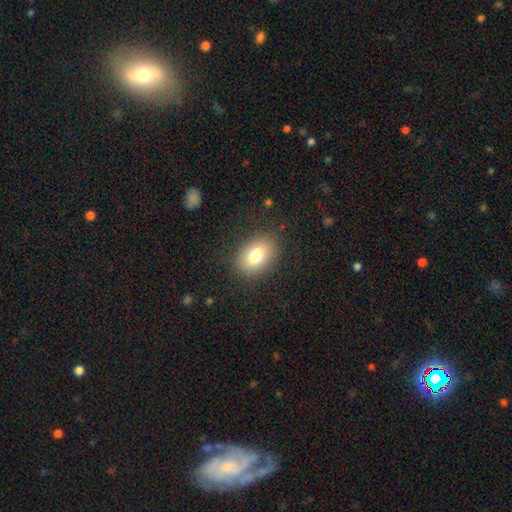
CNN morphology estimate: smooth_or_featured: smooth (p=0.79) [alt: featured or disk p=0.12]
how_rounded: in between (p=0.78) [alt: round p=0.21]
merging: none (p=0.85) [alt: minor disturbance p=0.10]